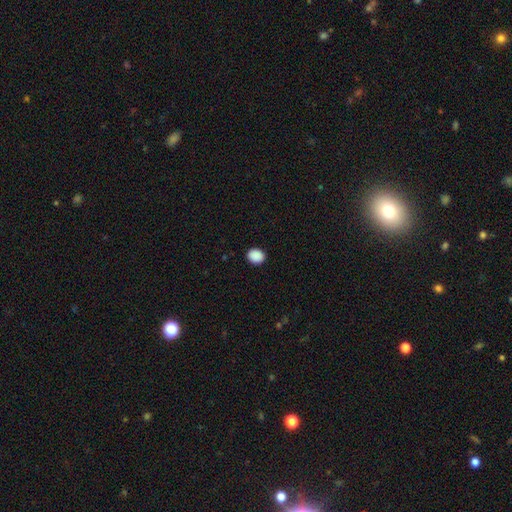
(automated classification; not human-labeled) Overall: smooth (90%). How rounded: round (57%; in between 42%). Merging: none (91%).